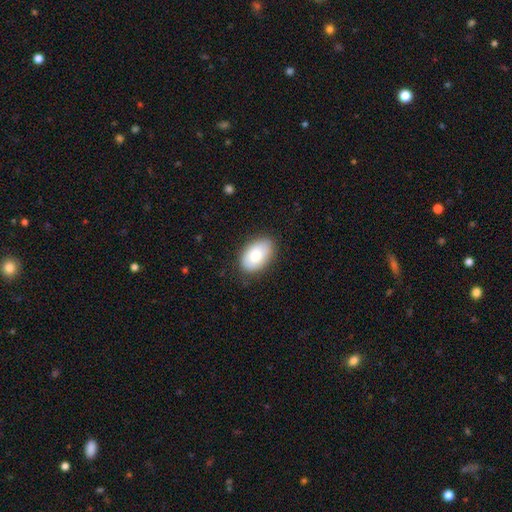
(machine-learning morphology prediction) smooth-or-featured: smooth: 78% | featured or disk: 15% | star or artifact: 7%
  how-rounded: in between: 91% | round: 8% | cigar-shaped: 1%
  merging: none: 83% | minor disturbance: 13% | major disturbance: 3% | merger: 1%